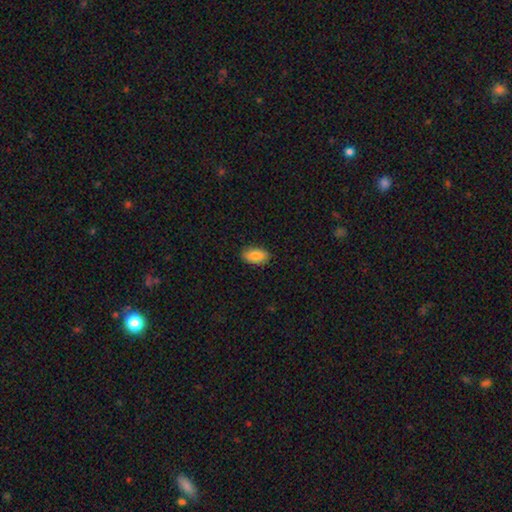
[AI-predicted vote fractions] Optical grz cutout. It shows a smooth galaxy with no disk features (84%) that is in between round and cigar-shaped (92%). Merging: none (87%).